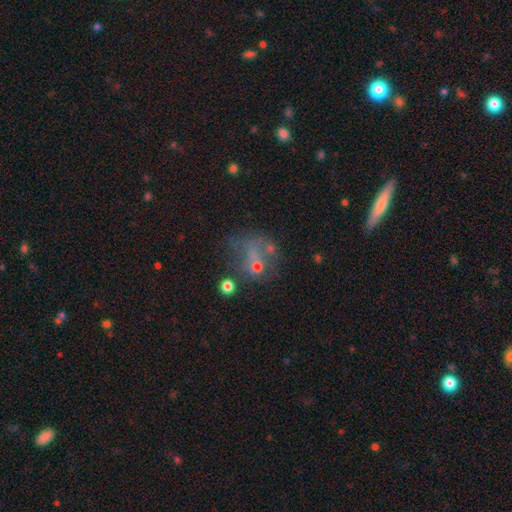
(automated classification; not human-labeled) Overall: smooth (39%; featured or disk 33%). Merging: none (41%; major disturbance 24%).